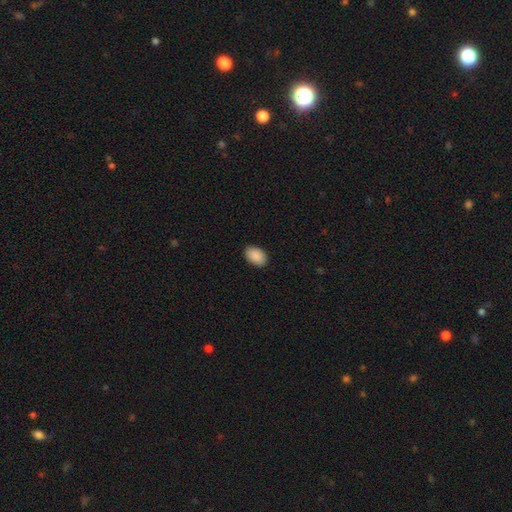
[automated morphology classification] Q: Smooth or featured?
A: smooth (91%); runner-up: star or artifact (6%)
Q: How rounded?
A: in between (89%); runner-up: round (10%)
Q: Merging?
A: none (89%); runner-up: minor disturbance (8%)